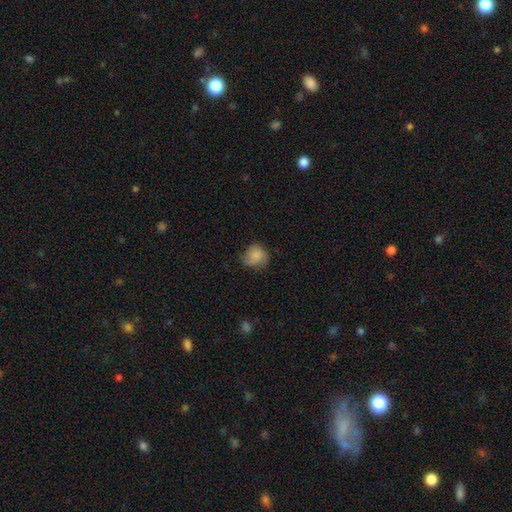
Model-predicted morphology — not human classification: This appears to be a smooth galaxy with no disk features (78%) that is round (78%). Merging: none (59%).